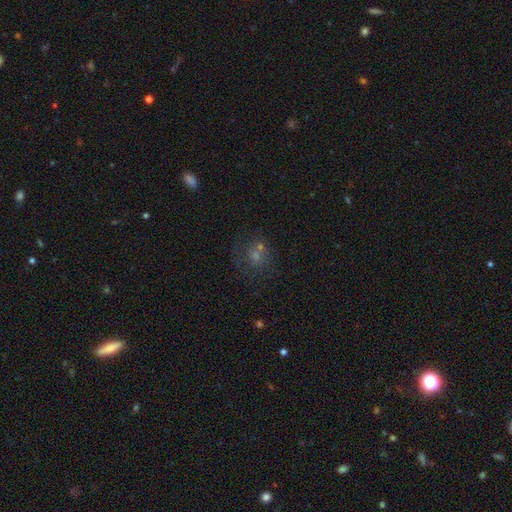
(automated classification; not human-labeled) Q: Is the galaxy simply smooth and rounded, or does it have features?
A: smooth — 47%.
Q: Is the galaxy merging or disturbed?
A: none — 55%.